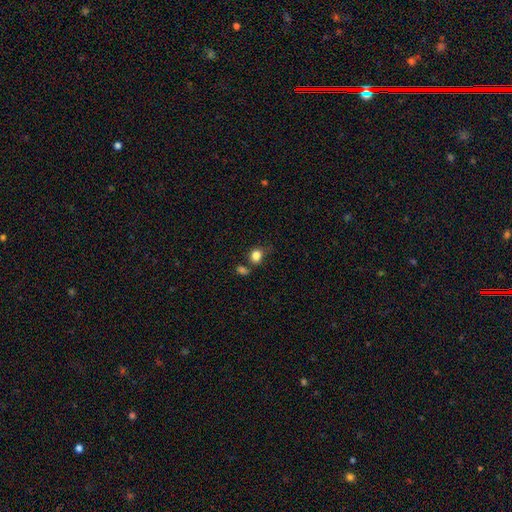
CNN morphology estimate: This is clearly a smooth galaxy (83%). How rounded: likely round (65%). Merging: likely none (60%).